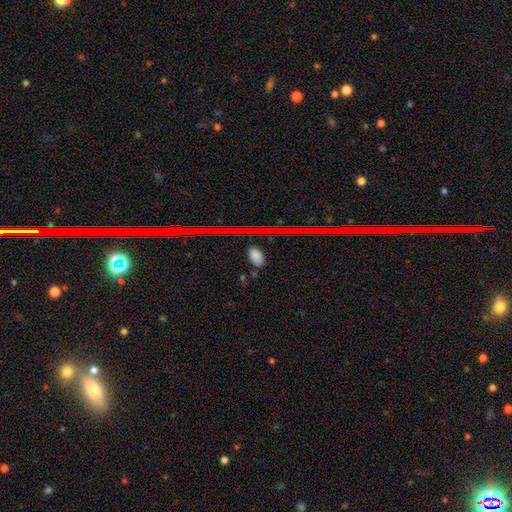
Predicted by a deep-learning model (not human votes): Smooth or featured? smooth (76%)
How rounded? in between (88%)
Merging? none (82%)